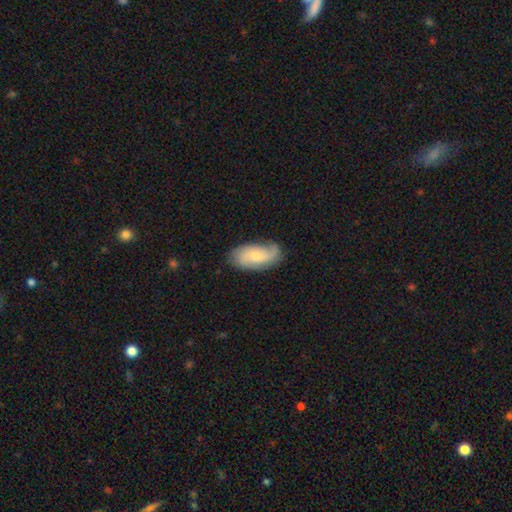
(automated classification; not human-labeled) Smooth or featured: featured or disk — 62% (smooth — 32%)
Edge-on disk: no — 95% (yes — 5%)
Bar: no — 64% (weak — 32%)
Spiral arms: yes — 93% (no — 7%)
Spiral winding: medium — 43% (loose — 30%)
Spiral arm count: 2 — 50% (can't tell — 19%)
Bulge size: small — 53% (moderate — 37%)
Merging: none — 74% (minor disturbance — 19%)